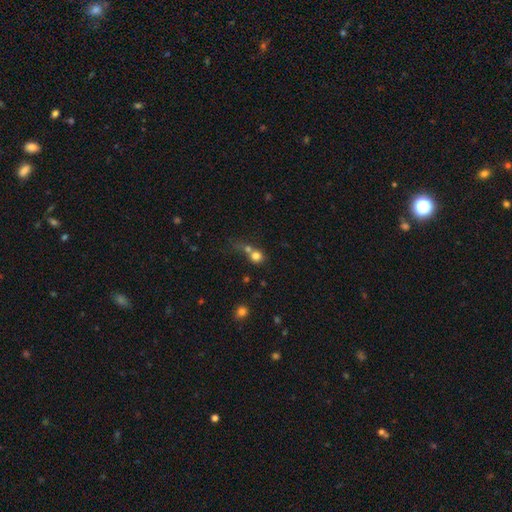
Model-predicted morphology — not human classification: type=smooth (75%); roundness=round (86%); merging=merger (46%).